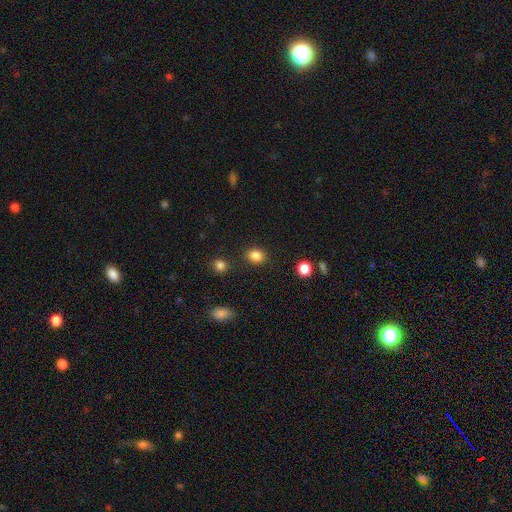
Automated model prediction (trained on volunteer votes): This is clearly a smooth galaxy (84%). How rounded: possibly round (57%). Merging: clearly none (86%).